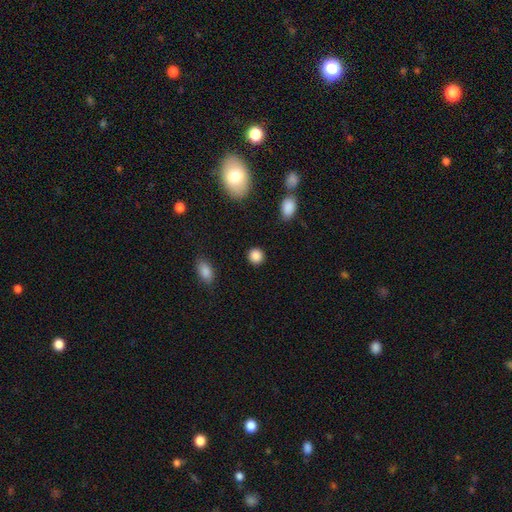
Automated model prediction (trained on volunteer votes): Smooth or featured? Predicted: smooth (p=0.87). How rounded? Predicted: round (p=0.89). Merging? Predicted: none (p=0.90).